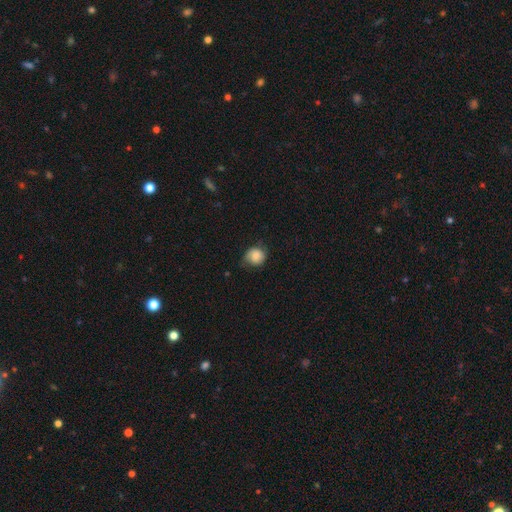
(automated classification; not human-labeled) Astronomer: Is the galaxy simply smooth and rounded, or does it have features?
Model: smooth — 75%.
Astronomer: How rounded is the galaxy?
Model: round — 74%.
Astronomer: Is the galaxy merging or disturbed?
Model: none — 58%.